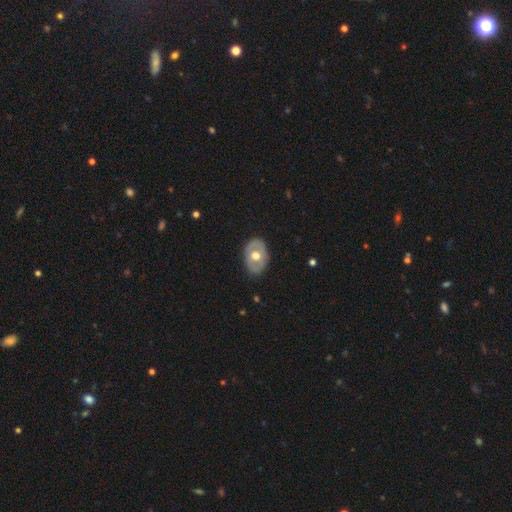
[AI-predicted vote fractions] Overall: featured or disk (50%; smooth 44%). Edge-on disk: no (91%). Merging: none (81%).